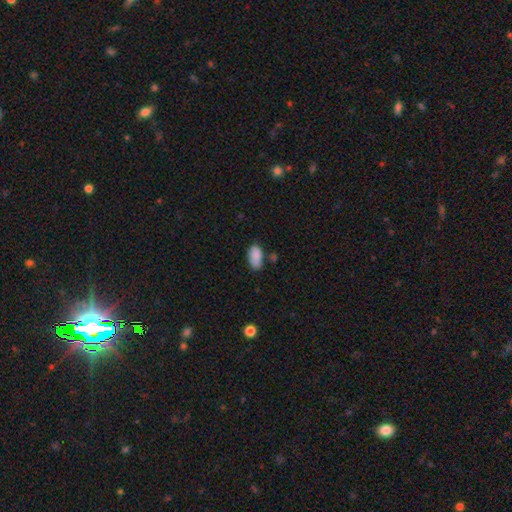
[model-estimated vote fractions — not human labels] Overall: smooth (85%). How rounded: in between (92%). Merging: none (62%; minor disturbance 23%).